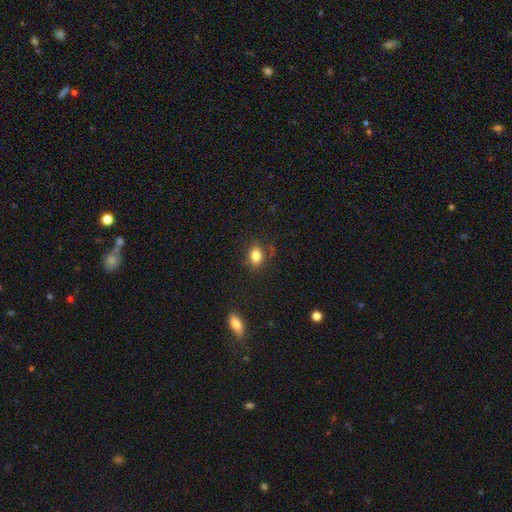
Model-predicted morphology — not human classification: Smooth or featured: smooth — 83% (star or artifact — 10%)
How rounded: in between — 72% (round — 26%)
Merging: none — 81% (minor disturbance — 13%)